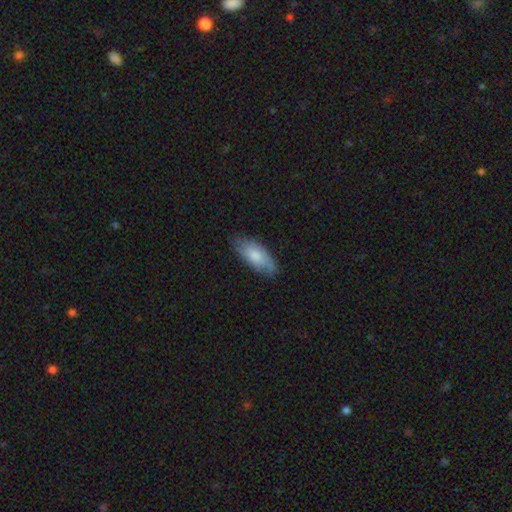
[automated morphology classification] Smooth or featured? Predicted: smooth (p=0.74). How rounded? Predicted: in between (p=0.85). Merging? Predicted: none (p=0.71).